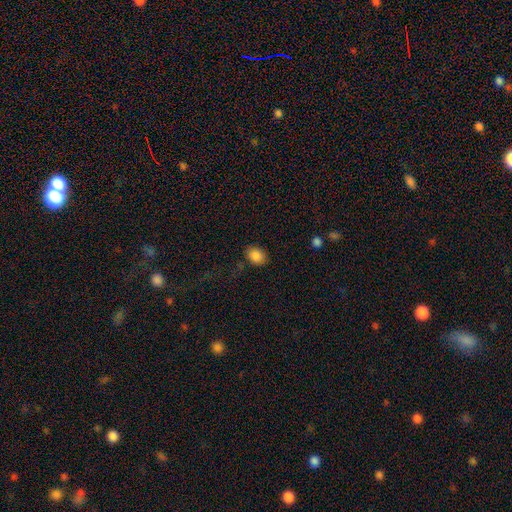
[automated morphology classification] type=smooth (86%); roundness=in between (65%); merging=none (81%).